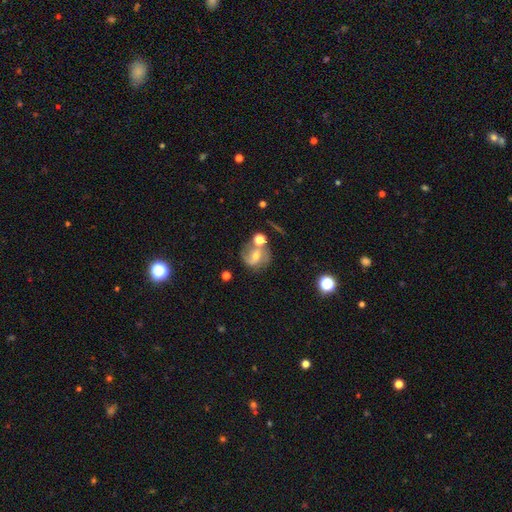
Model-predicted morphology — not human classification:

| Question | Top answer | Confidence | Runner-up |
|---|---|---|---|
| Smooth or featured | featured or disk | 62% | smooth (28%) |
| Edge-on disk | no | 96% | yes (4%) |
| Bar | weak | 44% | no (38%) |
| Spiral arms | yes | 85% | no (15%) |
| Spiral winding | medium | 46% | loose (31%) |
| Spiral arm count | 2 | 77% | can't tell (11%) |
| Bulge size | moderate | 53% | small (38%) |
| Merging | none | 55% | merger (19%) |